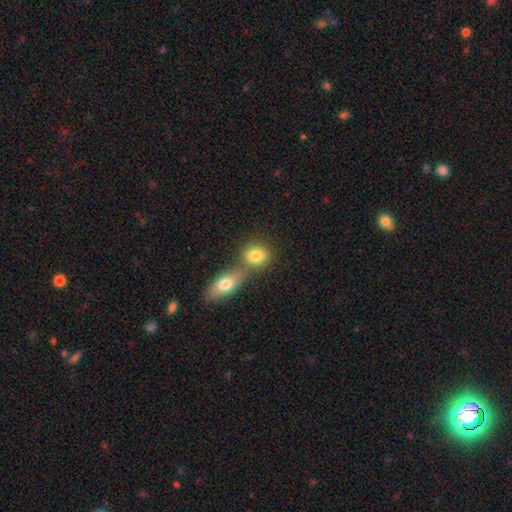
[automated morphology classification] Q: Smooth or featured?
A: smooth (81%); runner-up: featured or disk (10%)
Q: How rounded?
A: round (53%); runner-up: in between (44%)
Q: Merging?
A: merger (47%); runner-up: none (42%)